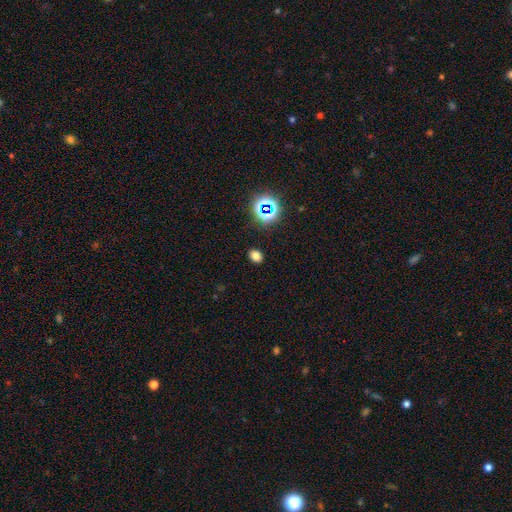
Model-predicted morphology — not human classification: The model was most divided on "how rounded": in between: 60%, round: 38%, cigar-shaped: 1%. More confident: merging — none (88%); smooth or featured — smooth (74%).